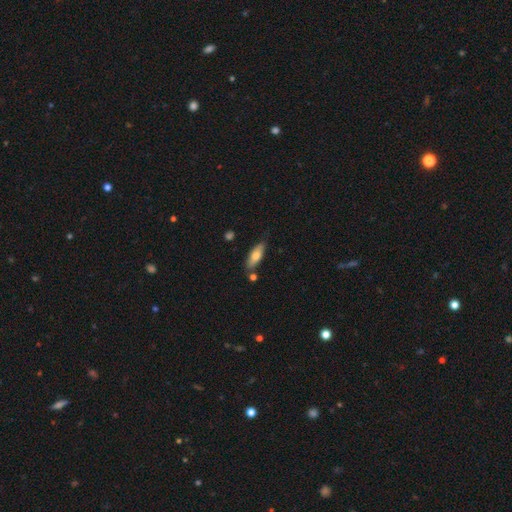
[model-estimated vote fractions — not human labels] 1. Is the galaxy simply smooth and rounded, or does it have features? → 71% smooth, 23% featured or disk, 6% star or artifact.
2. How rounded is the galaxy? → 62% in between, 35% cigar-shaped, 2% round.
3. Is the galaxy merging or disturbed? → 79% none, 13% minor disturbance, 5% merger, 3% major disturbance.